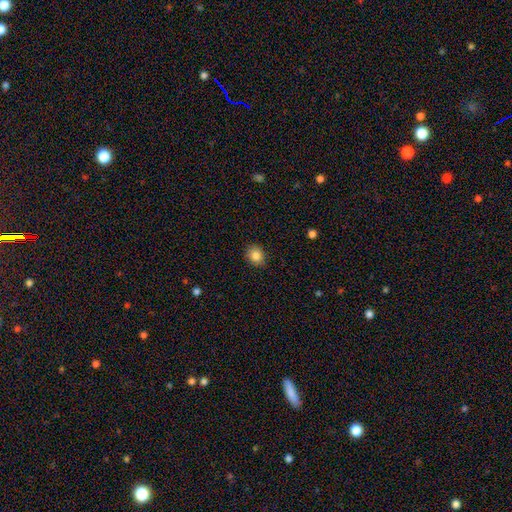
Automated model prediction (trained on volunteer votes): smooth_or_featured: smooth (p=0.84) [alt: star or artifact p=0.10]
how_rounded: round (p=0.66) [alt: in between p=0.34]
merging: none (p=0.88) [alt: minor disturbance p=0.09]